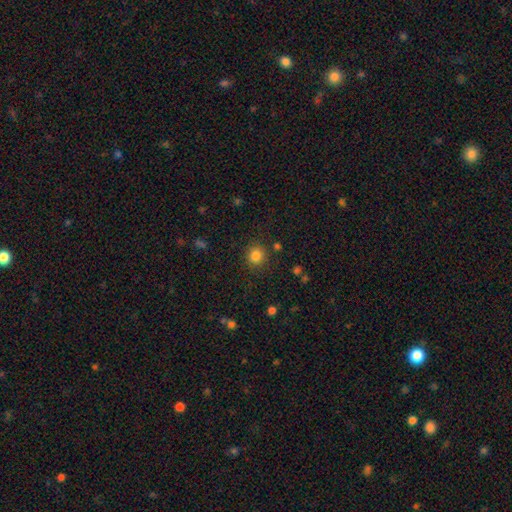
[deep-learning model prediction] Smooth or featured?
  - smooth: 83% *
  - star or artifact: 12%
  - featured or disk: 5%
How rounded?
  - round: 88% *
  - in between: 11%
  - cigar-shaped: 1%
Merging?
  - none: 86% *
  - minor disturbance: 8%
  - major disturbance: 3%
  - merger: 2%